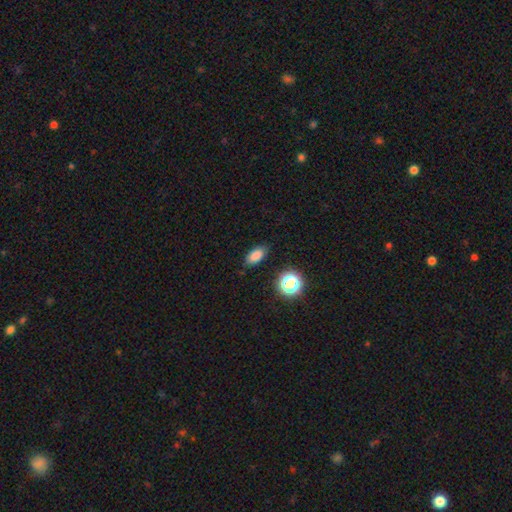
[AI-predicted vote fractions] smooth 81%, star or artifact 13%, featured or disk 6%. Down the decision tree: how rounded — in between (87%); merging — none (84%).